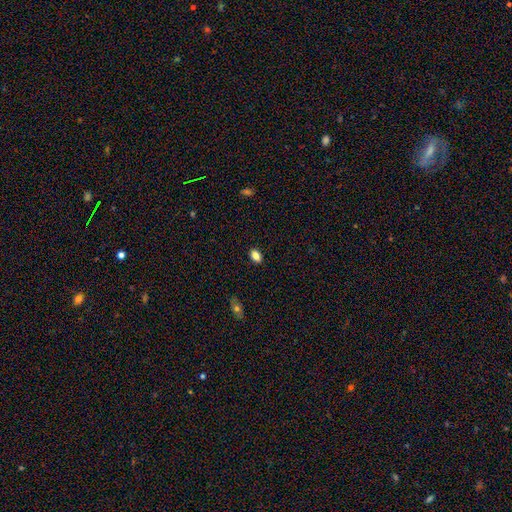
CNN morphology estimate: type=smooth (83%); roundness=in between (86%); merging=none (88%).